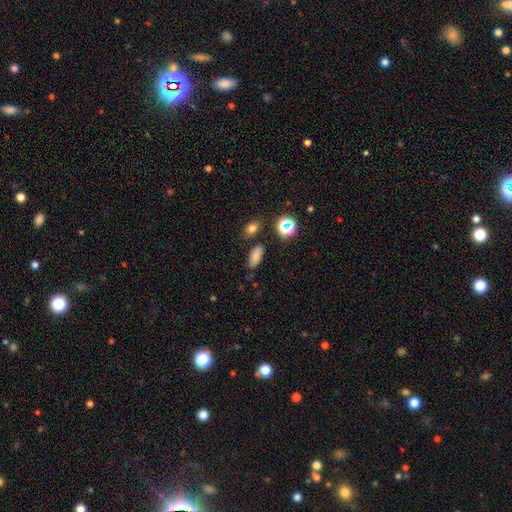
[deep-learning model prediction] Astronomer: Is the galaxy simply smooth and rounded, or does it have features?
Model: smooth — 79%.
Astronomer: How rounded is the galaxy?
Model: in between — 84%.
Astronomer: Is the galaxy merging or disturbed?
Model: none — 80%.